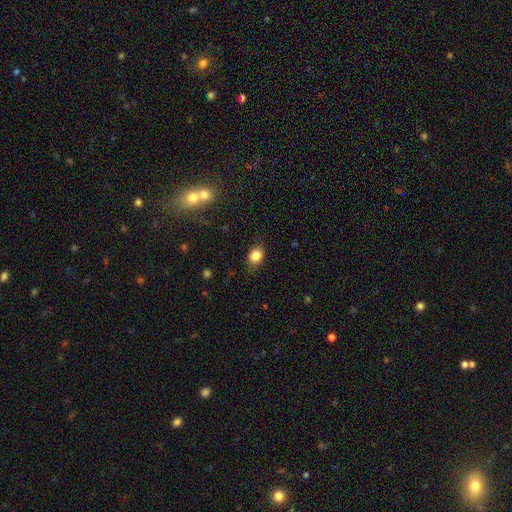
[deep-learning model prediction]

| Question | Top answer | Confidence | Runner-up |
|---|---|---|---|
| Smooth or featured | smooth | 84% | star or artifact (10%) |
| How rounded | in between | 62% | round (37%) |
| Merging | none | 78% | minor disturbance (17%) |